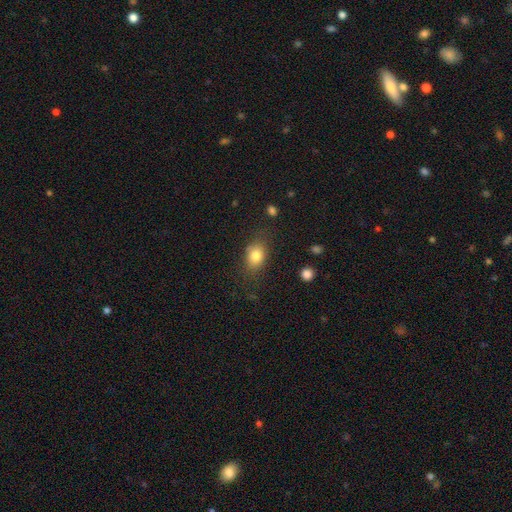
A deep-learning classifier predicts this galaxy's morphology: This is clearly a smooth galaxy (81%). How rounded: likely in between (69%). Merging: likely none (75%).